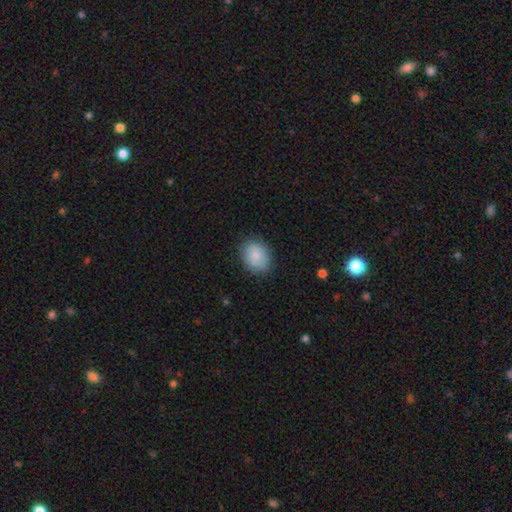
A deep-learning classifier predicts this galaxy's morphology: type=smooth (87%); roundness=in between (54%); merging=none (83%).